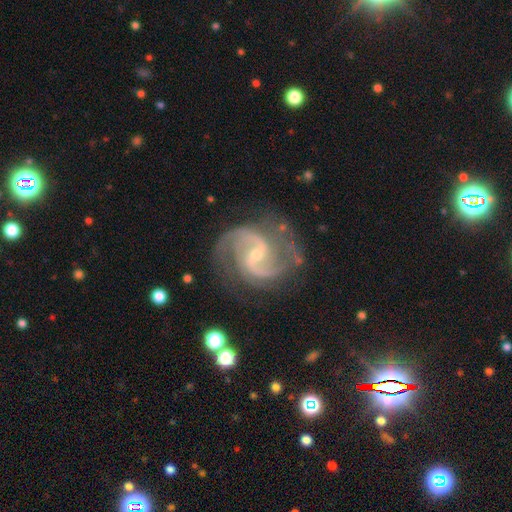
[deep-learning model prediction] Smooth or featured: featured or disk — 92% (star or artifact — 5%)
Edge-on disk: no — 98% (yes — 2%)
Bar: weak — 50% (no — 31%)
Spiral arms: yes — 98% (no — 2%)
Spiral winding: medium — 61% (loose — 22%)
Spiral arm count: 2 — 90% (3 — 4%)
Bulge size: small — 68% (moderate — 28%)
Merging: none — 74% (minor disturbance — 17%)